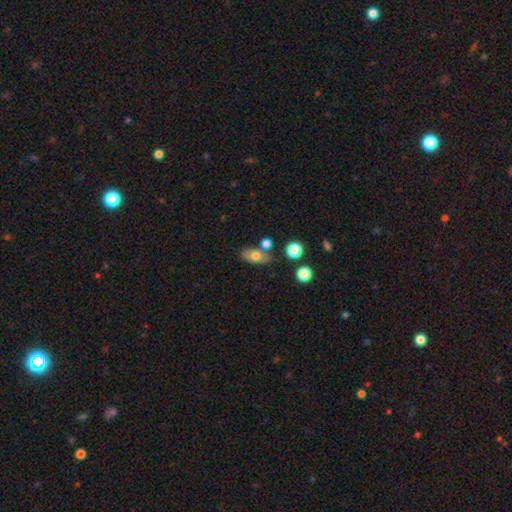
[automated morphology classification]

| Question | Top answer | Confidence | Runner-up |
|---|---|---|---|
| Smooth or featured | smooth | 65% | featured or disk (26%) |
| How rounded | in between | 82% | round (14%) |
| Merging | none | 61% | minor disturbance (17%) |